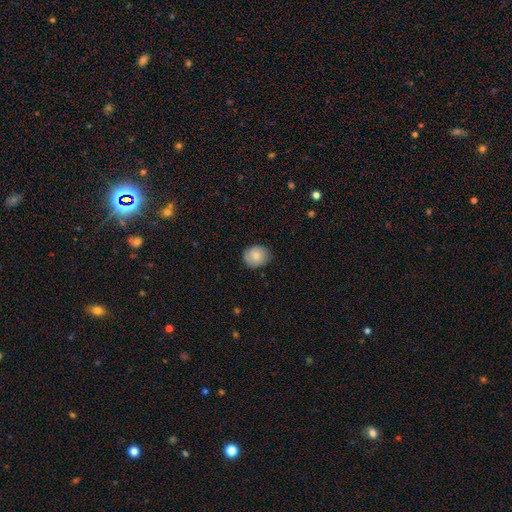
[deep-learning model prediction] smooth-or-featured: smooth: 81% | featured or disk: 11% | star or artifact: 7%
  how-rounded: round: 72% | in between: 27% | cigar-shaped: 1%
  merging: none: 82% | minor disturbance: 14% | major disturbance: 2% | merger: 1%